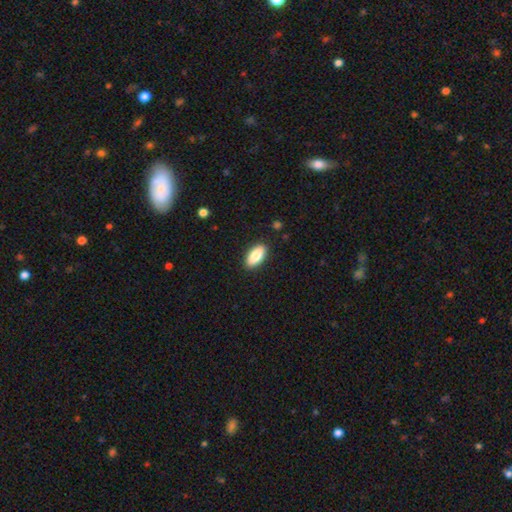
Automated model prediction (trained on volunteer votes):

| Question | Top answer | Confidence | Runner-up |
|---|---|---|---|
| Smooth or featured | smooth | 84% | featured or disk (10%) |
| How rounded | in between | 90% | cigar-shaped (8%) |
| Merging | none | 89% | minor disturbance (8%) |